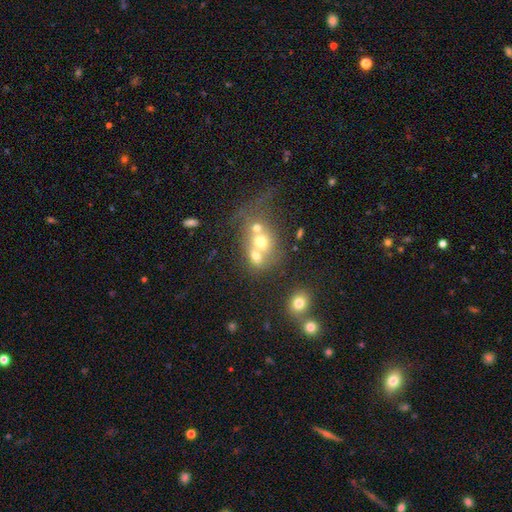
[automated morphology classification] Overall: smooth (59%; featured or disk 24%). How rounded: round (62%; in between 37%). Merging: merger (59%; none 26%).